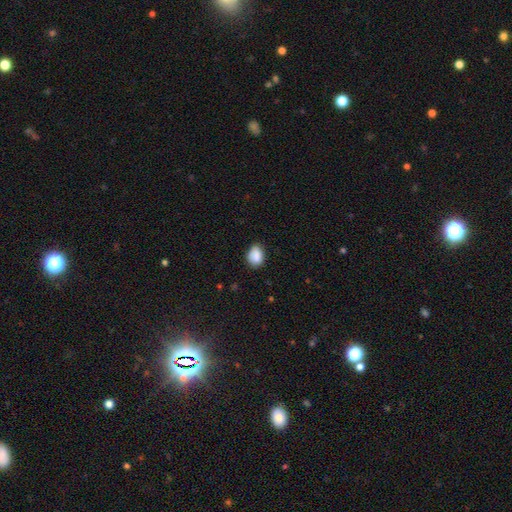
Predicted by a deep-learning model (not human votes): Morphology: type=smooth (87%); roundness=in between (64%); merging=none (71%).